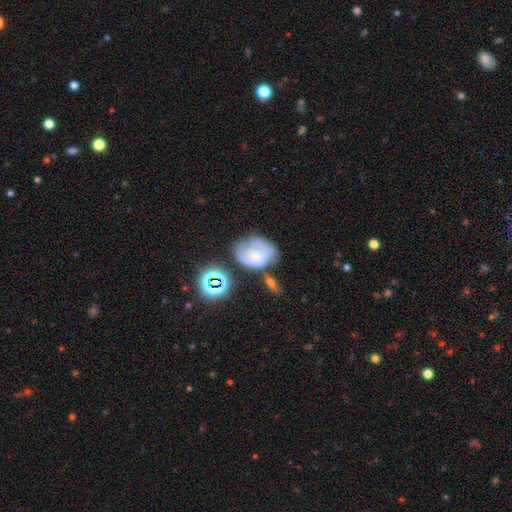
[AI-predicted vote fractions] Smooth or featured?
  - featured or disk: 54% *
  - smooth: 34%
  - star or artifact: 13%
Edge-on disk?
  - no: 97% *
  - yes: 3%
Bar?
  - no: 74% *
  - weak: 21%
  - strong: 4%
Spiral arms?
  - yes: 70% *
  - no: 30%
Bulge size?
  - small: 58% *
  - moderate: 28%
  - none: 9%
  - large: 3%
  - dominant: 1%
Merging?
  - none: 42% *
  - minor disturbance: 28%
  - major disturbance: 16%
  - merger: 14%